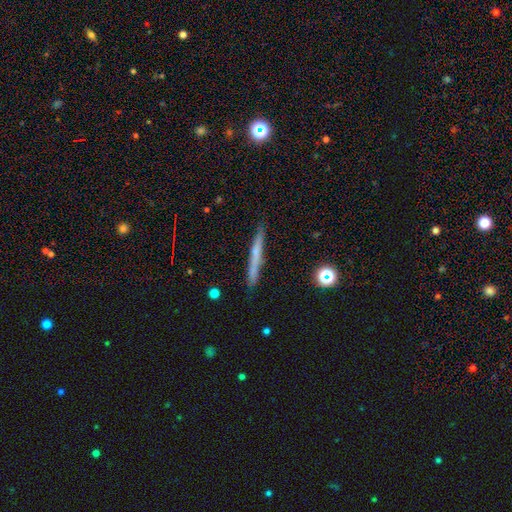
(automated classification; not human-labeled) Morphology: type=smooth (48%); merging=none (88%).